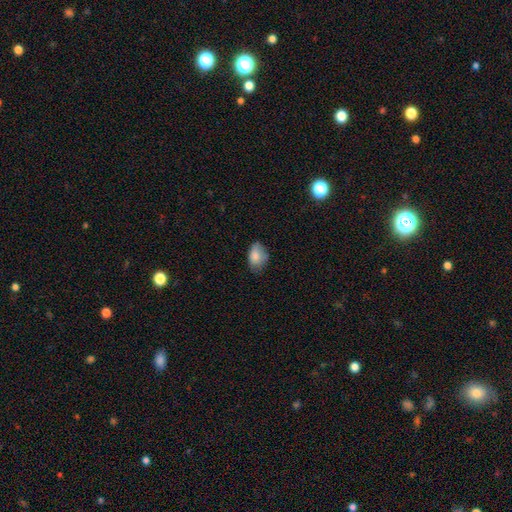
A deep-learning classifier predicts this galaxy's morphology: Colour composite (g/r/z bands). It shows a smooth galaxy with no disk features (82%) that is in between round and cigar-shaped (84%). Merging: none (59%).